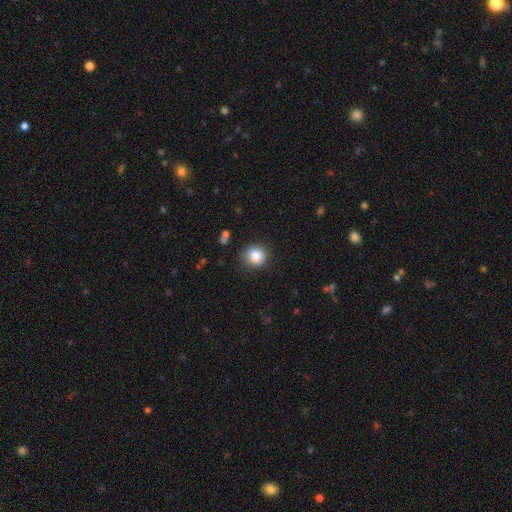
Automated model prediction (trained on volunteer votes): Smooth or featured?
  - smooth: 84% *
  - star or artifact: 10%
  - featured or disk: 5%
How rounded?
  - round: 80% *
  - in between: 19%
  - cigar-shaped: 1%
Merging?
  - none: 78% *
  - minor disturbance: 15%
  - major disturbance: 4%
  - merger: 2%